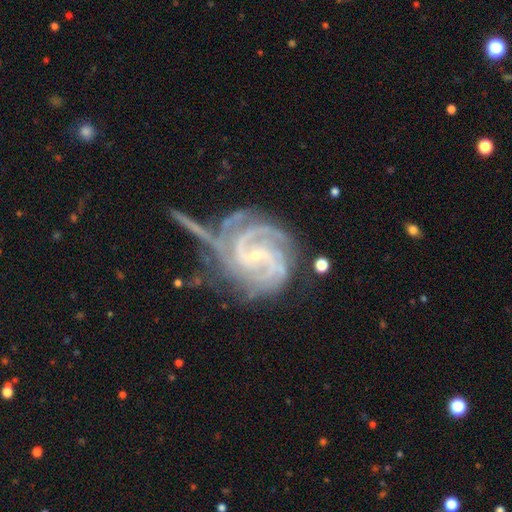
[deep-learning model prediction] featured or disk 92%, star or artifact 5%, smooth 3%. Down the decision tree: edge-on disk — no (98%); bar — weak (41%); spiral arms — yes (98%); spiral arm count — 3 (27%); spiral winding — tight (62%); bulge size — small (83%); merging — none (40%).